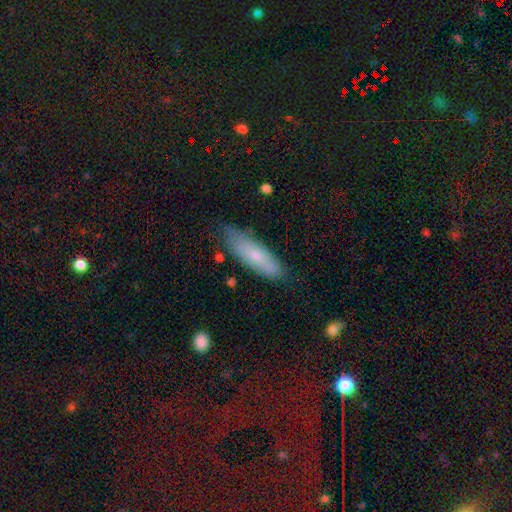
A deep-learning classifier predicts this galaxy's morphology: Overall: smooth (67%). How rounded: cigar-shaped (51%; in between 47%). Merging: none (75%).